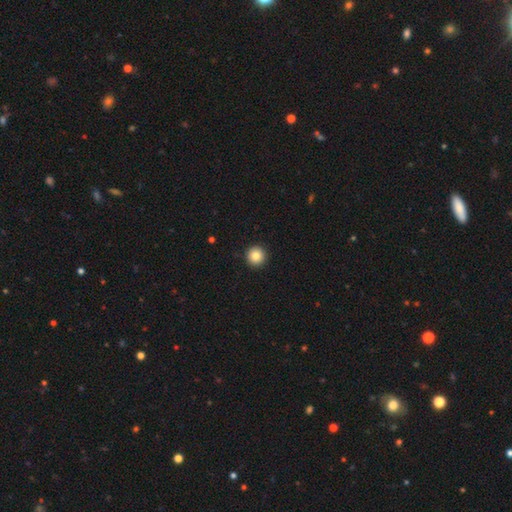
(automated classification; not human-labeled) smooth_or_featured: smooth (p=0.84) [alt: star or artifact p=0.10]
how_rounded: round (p=0.96) [alt: in between p=0.03]
merging: none (p=0.93) [alt: minor disturbance p=0.04]